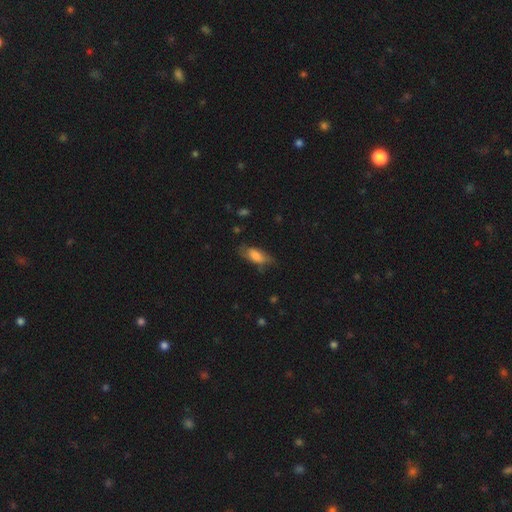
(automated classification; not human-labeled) Smooth or featured?
  - smooth: 70% *
  - featured or disk: 22%
  - star or artifact: 8%
How rounded?
  - in between: 76% *
  - cigar-shaped: 21%
  - round: 3%
Merging?
  - none: 58% *
  - minor disturbance: 29%
  - major disturbance: 11%
  - merger: 2%